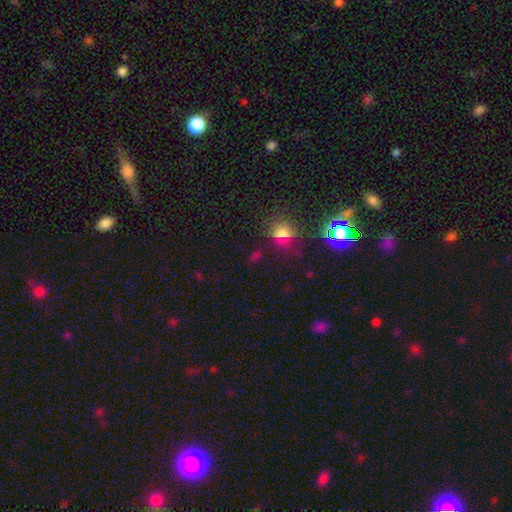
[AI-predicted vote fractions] Morphology: type=star or artifact (47%).